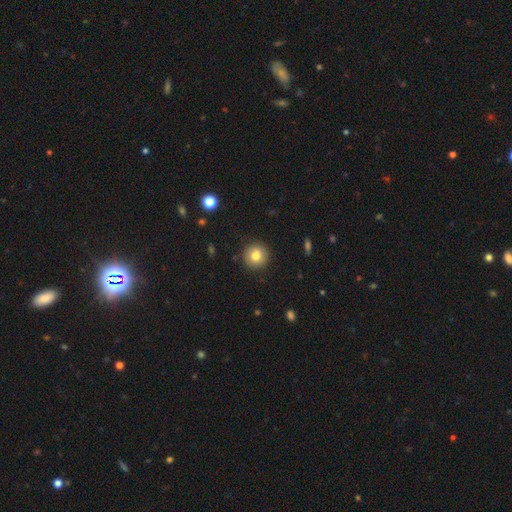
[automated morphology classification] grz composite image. It shows a smooth galaxy with no disk features (80%) that is round (94%). Merging: none (91%).